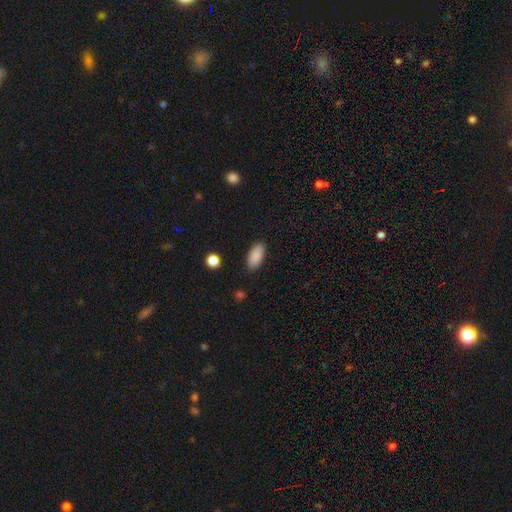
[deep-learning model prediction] Morphology: type=smooth (89%); roundness=in between (90%); merging=none (87%).